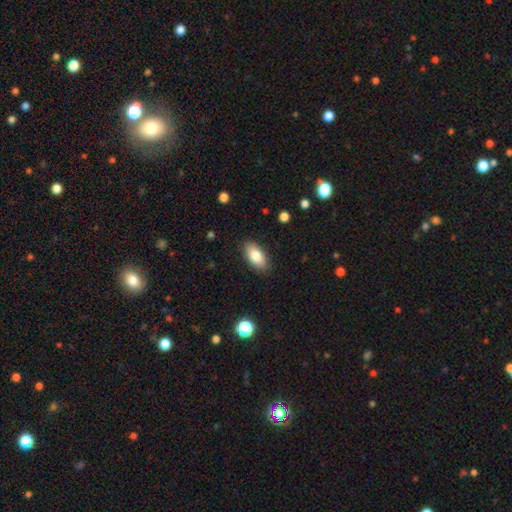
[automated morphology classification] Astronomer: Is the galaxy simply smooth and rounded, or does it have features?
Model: smooth — 83%.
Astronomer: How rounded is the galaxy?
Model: in between — 90%.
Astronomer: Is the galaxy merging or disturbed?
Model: none — 87%.